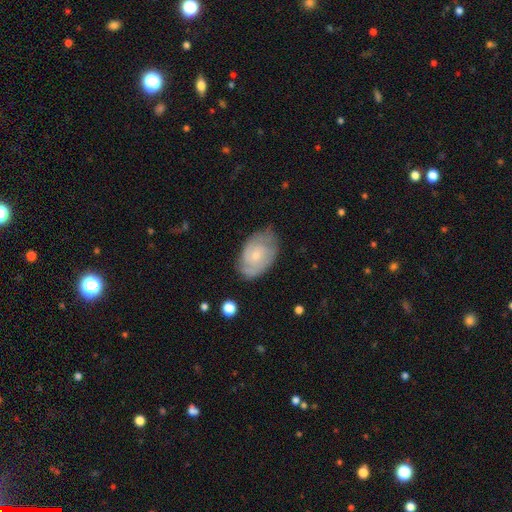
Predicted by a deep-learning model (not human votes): Smooth or featured: featured or disk — 63% (smooth — 31%)
Edge-on disk: no — 96% (yes — 4%)
Bar: no — 71% (weak — 26%)
Spiral arms: yes — 86% (no — 14%)
Spiral winding: tight — 54% (medium — 35%)
Spiral arm count: 2 — 42% (can't tell — 36%)
Bulge size: small — 59% (moderate — 34%)
Merging: none — 68% (minor disturbance — 24%)